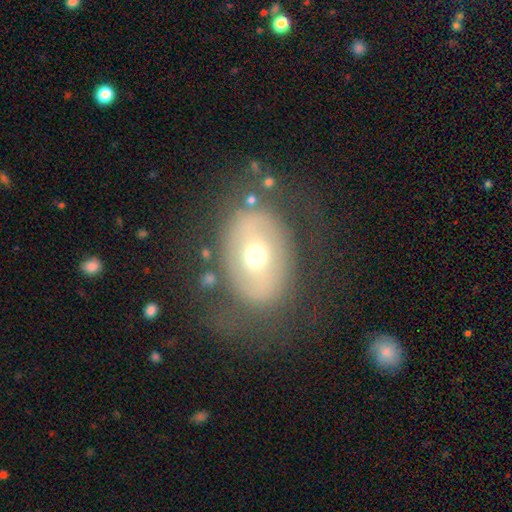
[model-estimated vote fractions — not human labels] Smooth or featured? Predicted: featured or disk (p=0.50). Edge-on disk? Predicted: no (p=0.92). Merging? Predicted: none (p=0.69).